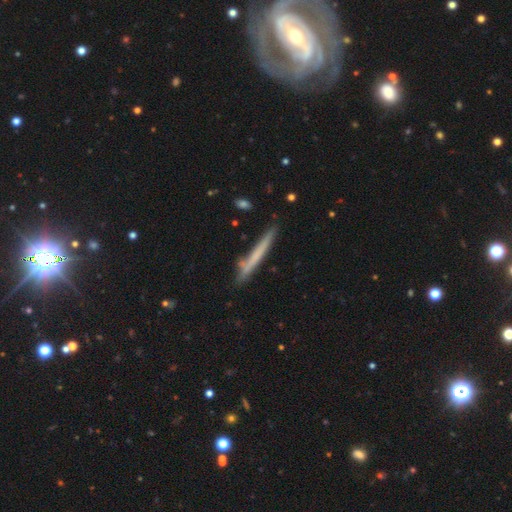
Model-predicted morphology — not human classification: This appears to be a smooth galaxy with no disk features (56%) that is cigar-shaped (96%). Merging: none (76%).